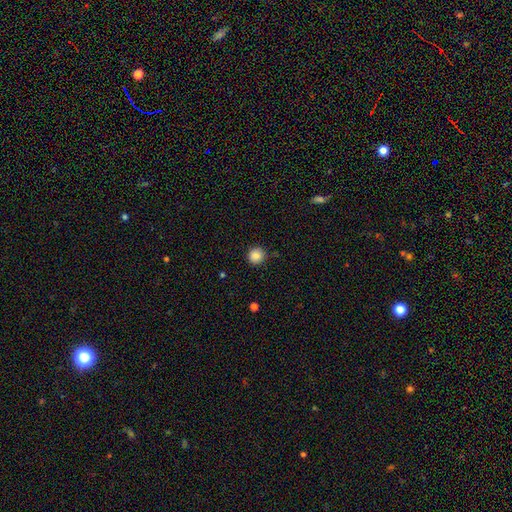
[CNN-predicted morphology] This appears to be a smooth galaxy with no disk features (86%) that is round (93%). Merging: none (89%).